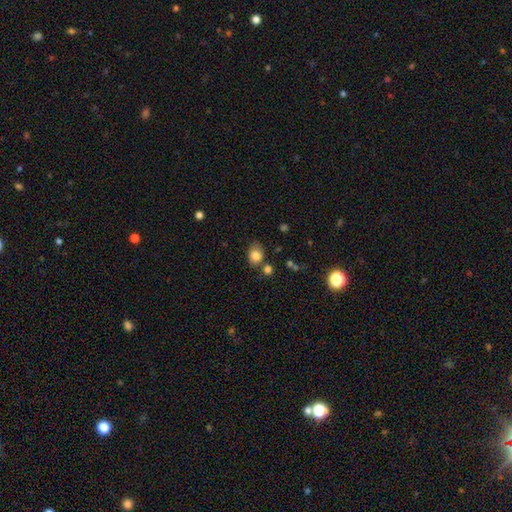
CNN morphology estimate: Smooth or featured? smooth (83%)
How rounded? in between (58%)
Merging? none (63%)